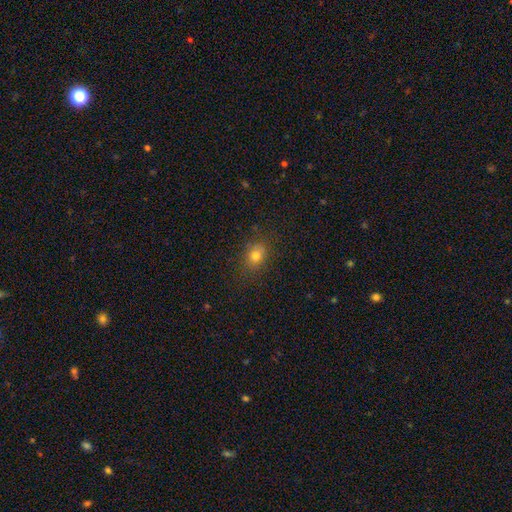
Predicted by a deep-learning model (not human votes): The model was most divided on "how rounded": round: 53%, in between: 46%, cigar-shaped: 1%. More confident: merging — none (82%); smooth or featured — smooth (77%).